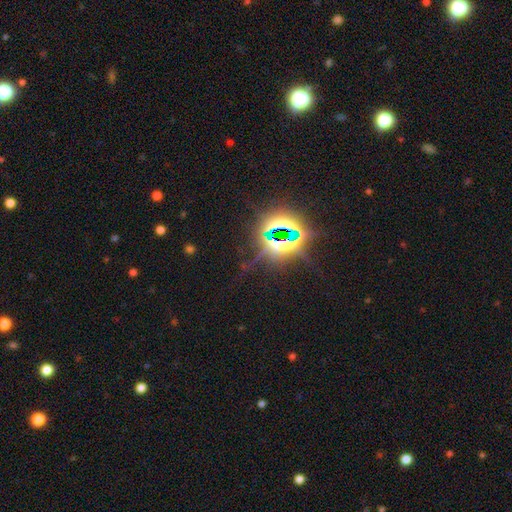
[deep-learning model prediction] The model was most divided on "smooth or featured": star or artifact: 83%, smooth: 9%, featured or disk: 8%.